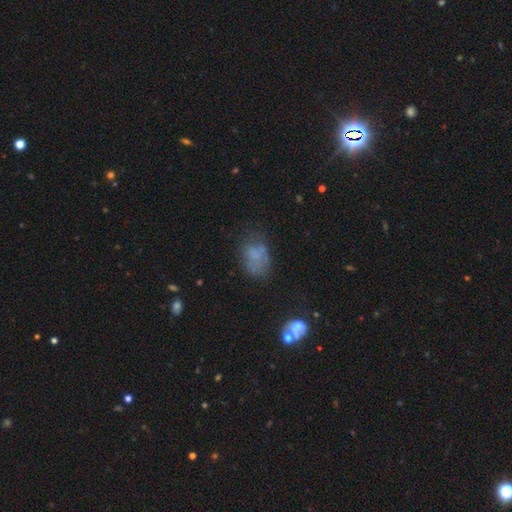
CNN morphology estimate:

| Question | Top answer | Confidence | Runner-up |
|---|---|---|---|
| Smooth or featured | smooth | 55% | featured or disk (30%) |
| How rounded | in between | 76% | round (22%) |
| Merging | none | 44% | minor disturbance (27%) |